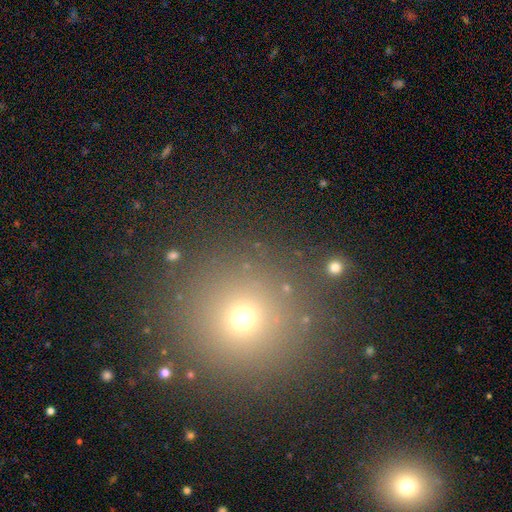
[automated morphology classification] Smooth or featured: smooth — 60% (star or artifact — 31%)
How rounded: round — 94% (in between — 5%)
Merging: none — 87% (minor disturbance — 6%)